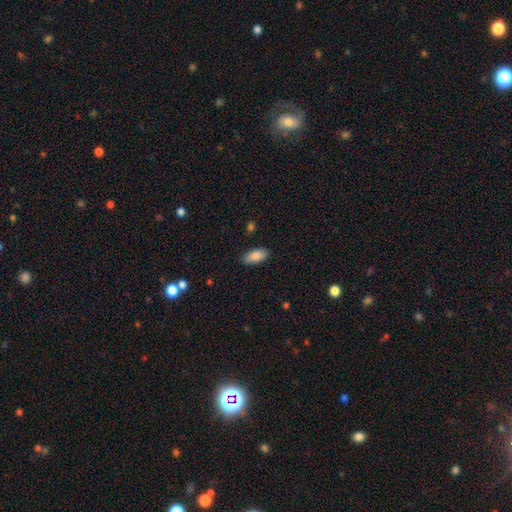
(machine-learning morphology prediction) A smooth galaxy with no disk features (86%) that is in between round and cigar-shaped (90%).

Vote fractions:
- Smooth or featured? smooth: 86% / featured or disk: 7% / star or artifact: 7%
- How rounded? in between: 90% / cigar-shaped: 7% / round: 2%
- Merging? none: 87% / minor disturbance: 10% / major disturbance: 2% / merger: 1%